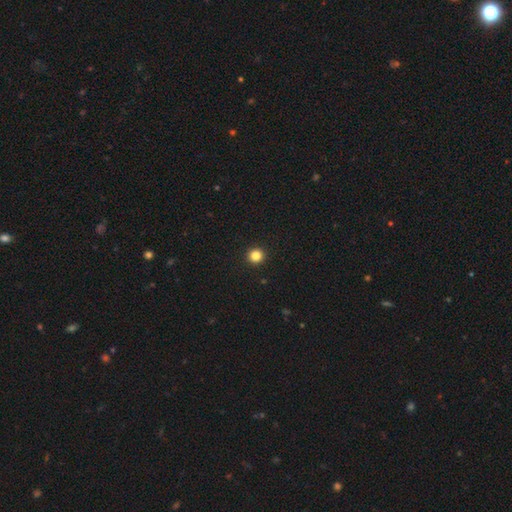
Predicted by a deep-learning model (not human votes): smooth-or-featured: smooth: 85% | star or artifact: 12% | featured or disk: 4%
  how-rounded: round: 95% | in between: 4% | cigar-shaped: 1%
  merging: none: 94% | minor disturbance: 4% | major disturbance: 1% | merger: 1%